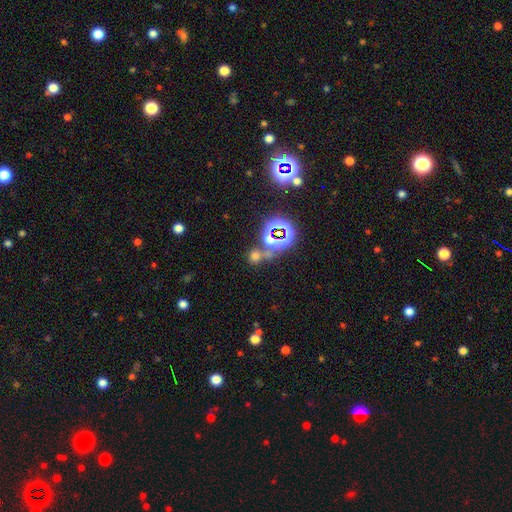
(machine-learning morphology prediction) The model was most divided on "smooth or featured": smooth: 52%, star or artifact: 39%, featured or disk: 9%. More confident: how rounded — round (82%); merging — none (57%).